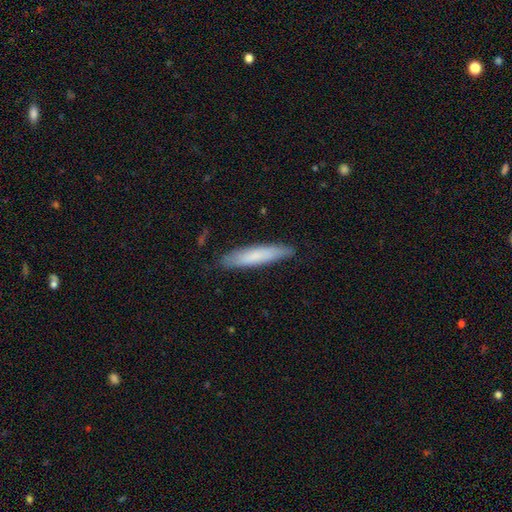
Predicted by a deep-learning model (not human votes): smooth_or_featured: smooth (p=0.74) [alt: featured or disk p=0.20]
how_rounded: cigar-shaped (p=0.86) [alt: in between p=0.13]
merging: none (p=0.84) [alt: minor disturbance p=0.13]